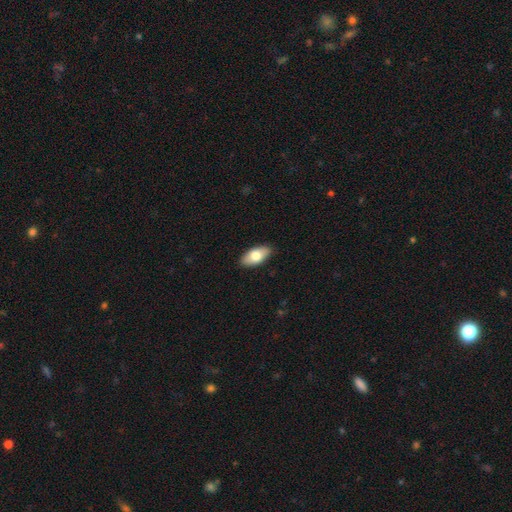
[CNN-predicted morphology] Smooth or featured?
  - smooth: 76% *
  - featured or disk: 18%
  - star or artifact: 6%
How rounded?
  - in between: 92% *
  - cigar-shaped: 5%
  - round: 3%
Merging?
  - none: 88% *
  - minor disturbance: 9%
  - major disturbance: 2%
  - merger: 1%